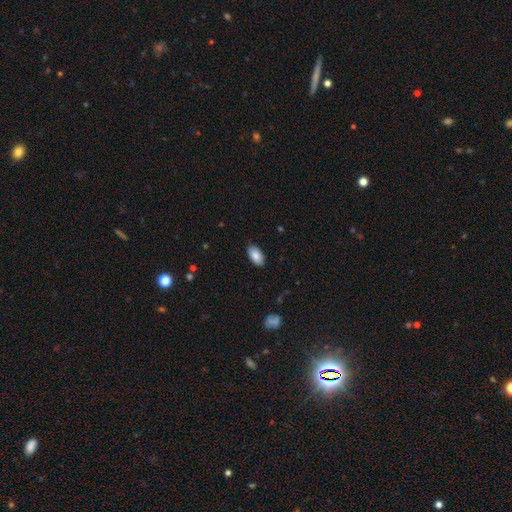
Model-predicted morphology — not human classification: Smooth or featured: smooth — 86% (featured or disk — 7%)
How rounded: in between — 95% (round — 3%)
Merging: none — 87% (minor disturbance — 10%)